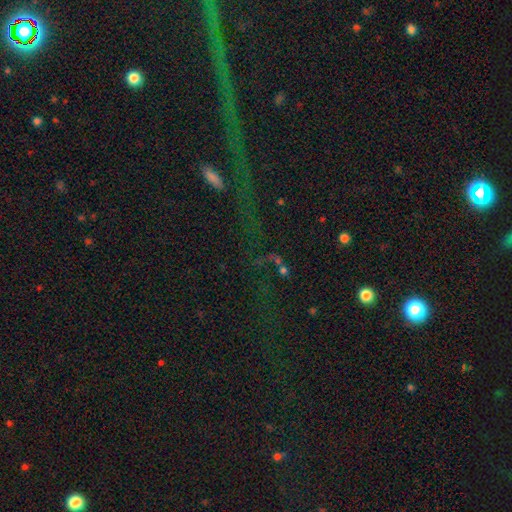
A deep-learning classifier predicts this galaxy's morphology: Q: Smooth or featured?
A: star or artifact (80%); runner-up: smooth (10%)